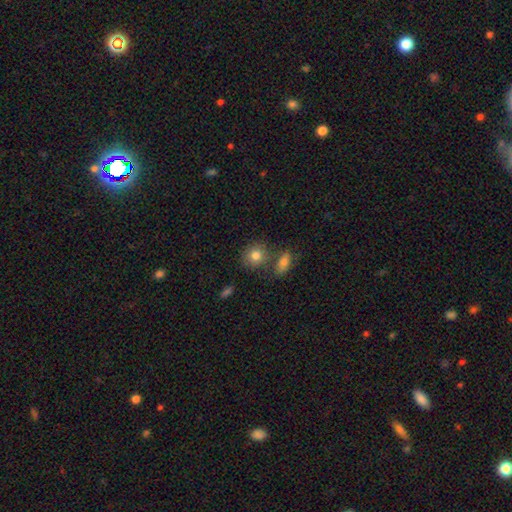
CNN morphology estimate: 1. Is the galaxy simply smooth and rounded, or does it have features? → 81% smooth, 10% featured or disk, 9% star or artifact.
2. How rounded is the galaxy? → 72% round, 27% in between, 2% cigar-shaped.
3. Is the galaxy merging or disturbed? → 63% none, 21% merger, 12% minor disturbance, 4% major disturbance.